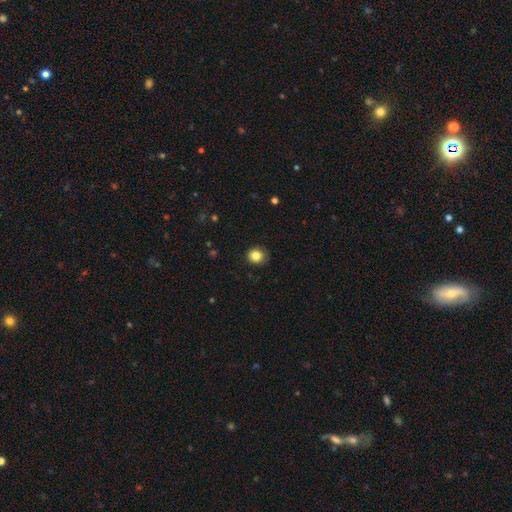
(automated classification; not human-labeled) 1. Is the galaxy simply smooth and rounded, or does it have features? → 85% smooth, 10% star or artifact, 5% featured or disk.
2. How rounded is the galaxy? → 82% round, 17% in between, 1% cigar-shaped.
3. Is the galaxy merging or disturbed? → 88% none, 9% minor disturbance, 2% major disturbance, 1% merger.